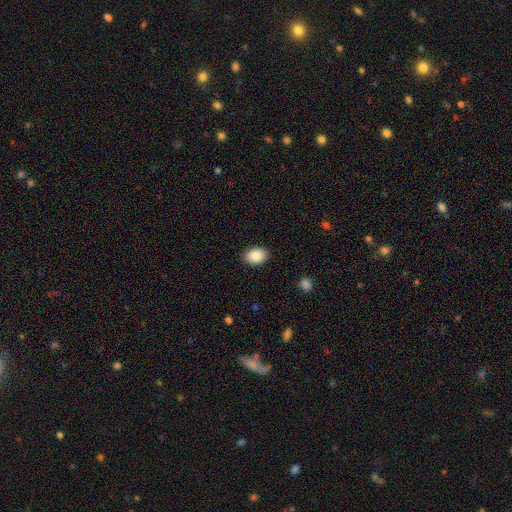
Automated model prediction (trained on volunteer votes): Q: Smooth or featured?
A: smooth (86%); runner-up: star or artifact (8%)
Q: How rounded?
A: in between (74%); runner-up: round (25%)
Q: Merging?
A: none (89%); runner-up: minor disturbance (8%)